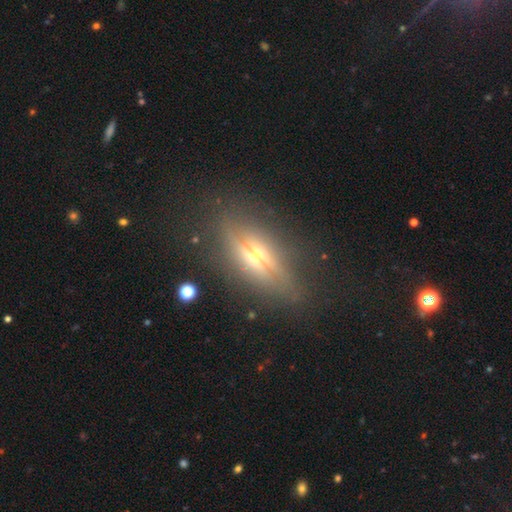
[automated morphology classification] smooth_or_featured: featured or disk (p=0.72) [alt: smooth p=0.18]
disk_edge_on: yes (p=0.86) [alt: no p=0.14]
edge_on_bulge: rounded (p=0.90) [alt: boxy p=0.06]
merging: none (p=0.79) [alt: minor disturbance p=0.13]